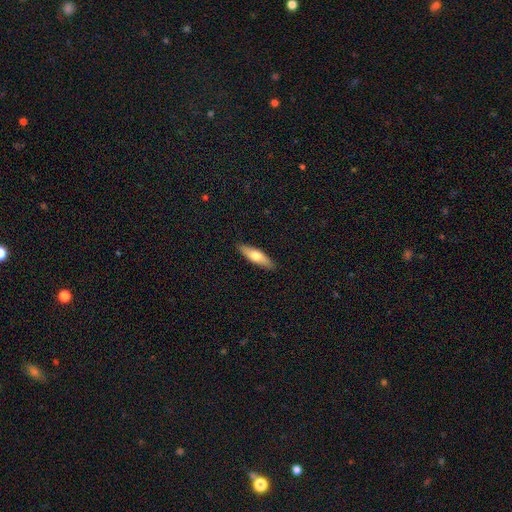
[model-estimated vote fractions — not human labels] A smooth galaxy with no disk features (65%) that is cigar-shaped (57%).

Vote fractions:
- Smooth or featured? smooth: 65% / featured or disk: 30% / star or artifact: 5%
- How rounded? cigar-shaped: 57% / in between: 41% / round: 2%
- Merging? none: 89% / minor disturbance: 8% / major disturbance: 2% / merger: 1%